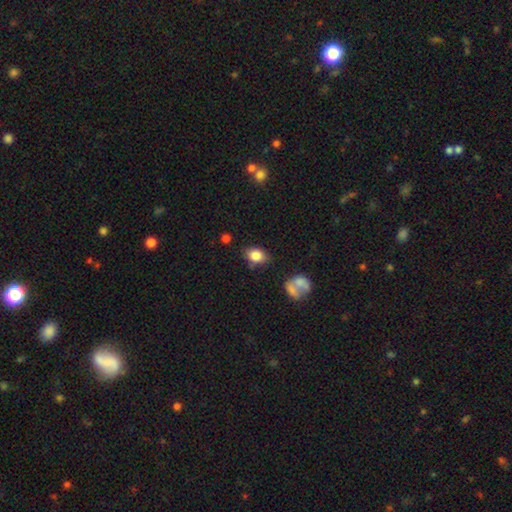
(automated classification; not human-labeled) Morphology: type=smooth (83%); roundness=in between (70%); merging=none (72%).